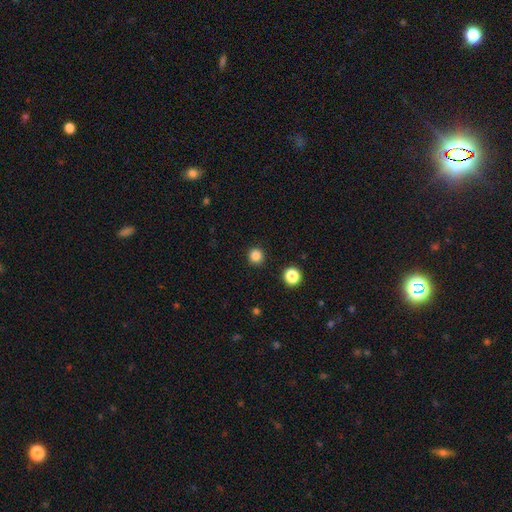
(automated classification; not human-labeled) Smooth or featured?
  - smooth: 84% *
  - star or artifact: 13%
  - featured or disk: 3%
How rounded?
  - round: 94% *
  - in between: 5%
  - cigar-shaped: 1%
Merging?
  - none: 91% *
  - minor disturbance: 5%
  - major disturbance: 2%
  - merger: 2%